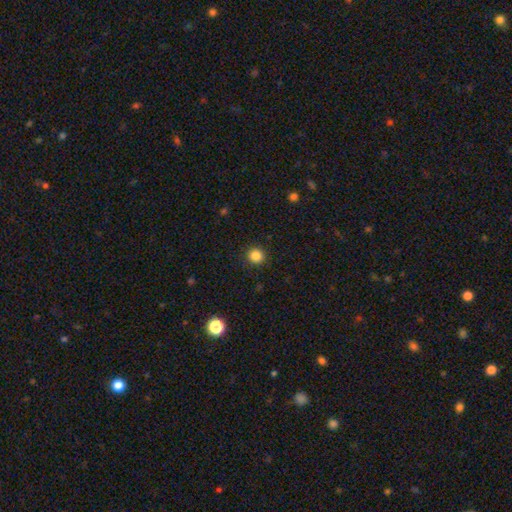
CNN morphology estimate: Smooth or featured? smooth (85%)
How rounded? round (93%)
Merging? none (91%)